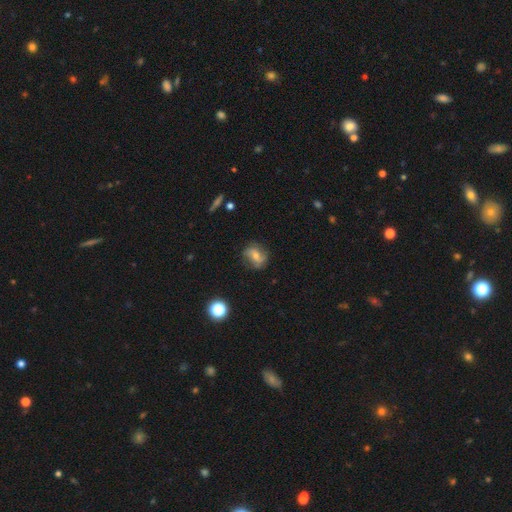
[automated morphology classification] Smooth or featured? Predicted: featured or disk (p=0.45). Merging? Predicted: none (p=0.72).